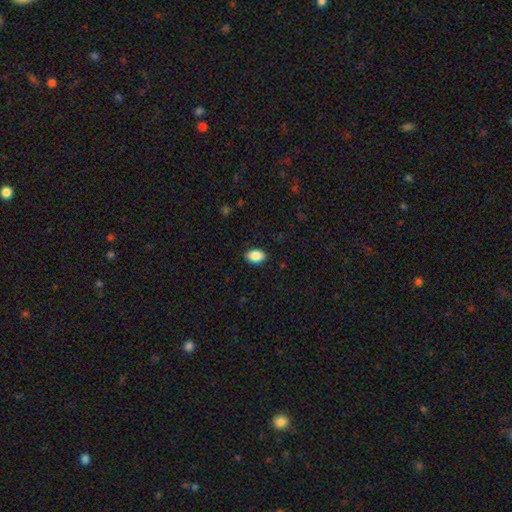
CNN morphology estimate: type=smooth (89%); roundness=in between (87%); merging=none (89%).